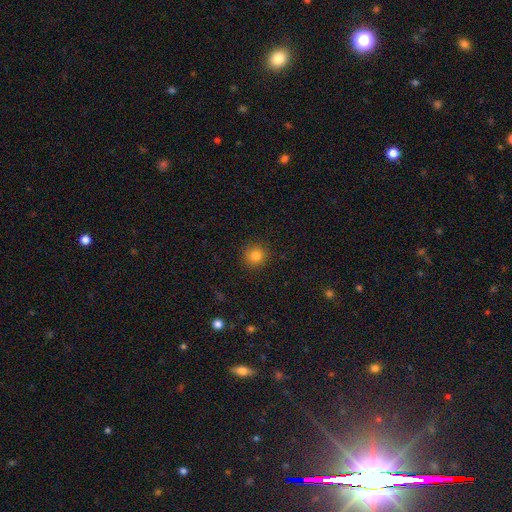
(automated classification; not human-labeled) Smooth or featured?
  - smooth: 82% *
  - star or artifact: 12%
  - featured or disk: 5%
How rounded?
  - round: 92% *
  - in between: 7%
  - cigar-shaped: 1%
Merging?
  - none: 90% *
  - minor disturbance: 6%
  - major disturbance: 2%
  - merger: 1%